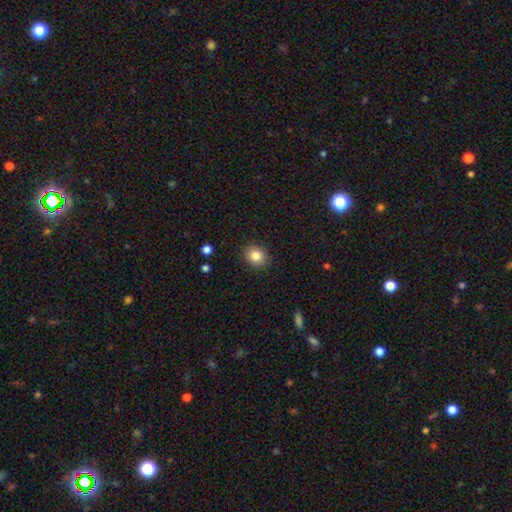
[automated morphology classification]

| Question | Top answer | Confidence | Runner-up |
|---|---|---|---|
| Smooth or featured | smooth | 84% | star or artifact (10%) |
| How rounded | round | 69% | in between (30%) |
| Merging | none | 90% | minor disturbance (7%) |